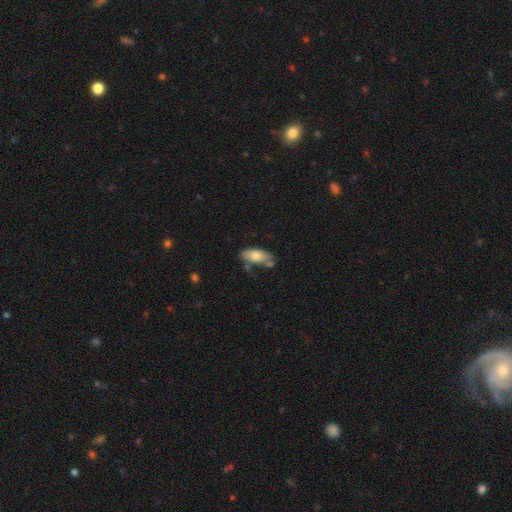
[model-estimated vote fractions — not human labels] This is likely a smooth galaxy (76%). How rounded: clearly in between (86%). Merging: possibly none (52%).